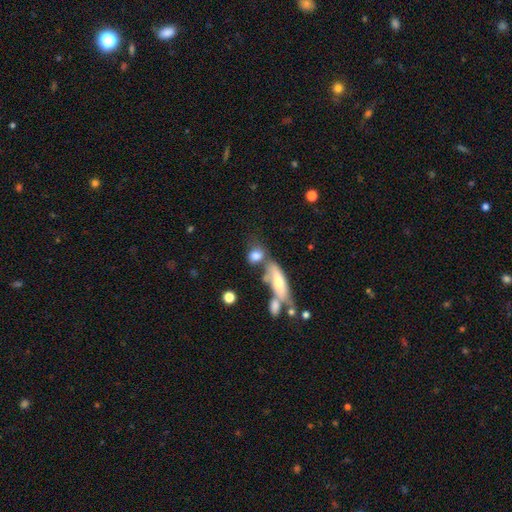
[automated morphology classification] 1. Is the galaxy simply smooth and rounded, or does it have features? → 73% smooth, 18% featured or disk, 9% star or artifact.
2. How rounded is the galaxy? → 56% in between, 32% round, 12% cigar-shaped.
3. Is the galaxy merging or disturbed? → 39% none, 38% merger, 14% minor disturbance, 9% major disturbance.